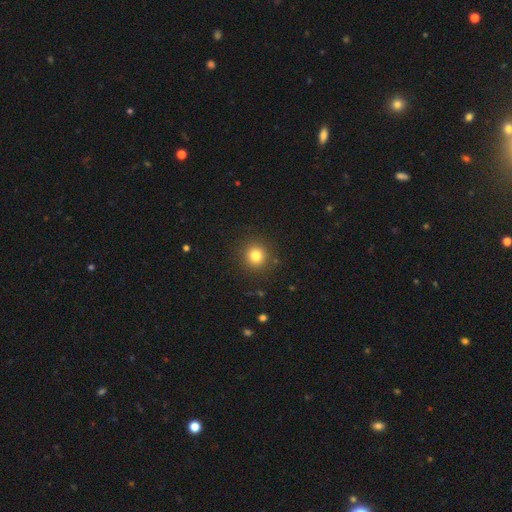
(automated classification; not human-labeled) smooth-or-featured: smooth: 80% | star or artifact: 13% | featured or disk: 7%
  how-rounded: round: 92% | in between: 7% | cigar-shaped: 1%
  merging: none: 90% | minor disturbance: 6% | major disturbance: 3% | merger: 1%